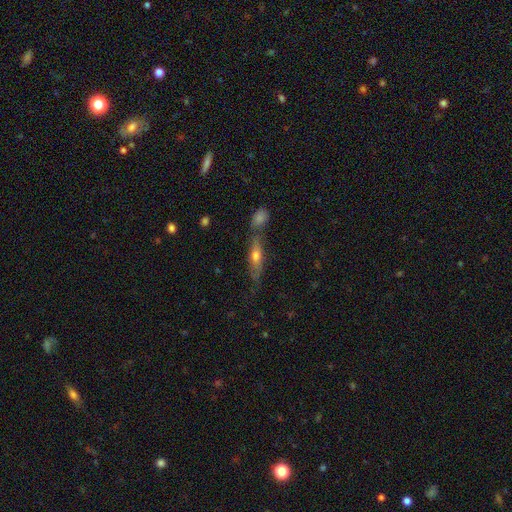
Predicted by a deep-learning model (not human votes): smooth-or-featured: smooth: 49% | featured or disk: 43% | star or artifact: 8%
  merging: none: 55% | minor disturbance: 20% | merger: 17% | major disturbance: 7%